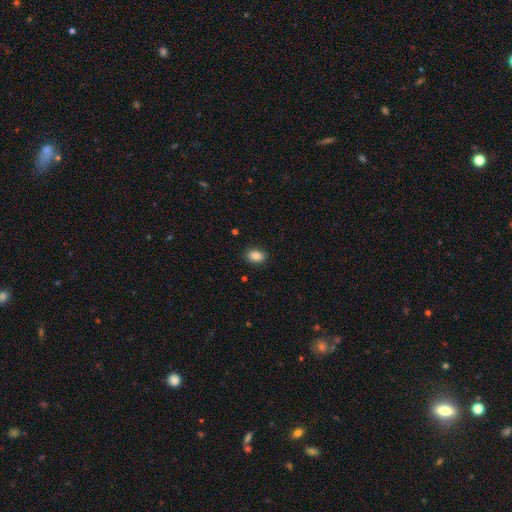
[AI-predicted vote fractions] Morphology: type=smooth (87%); roundness=in between (74%); merging=none (87%).